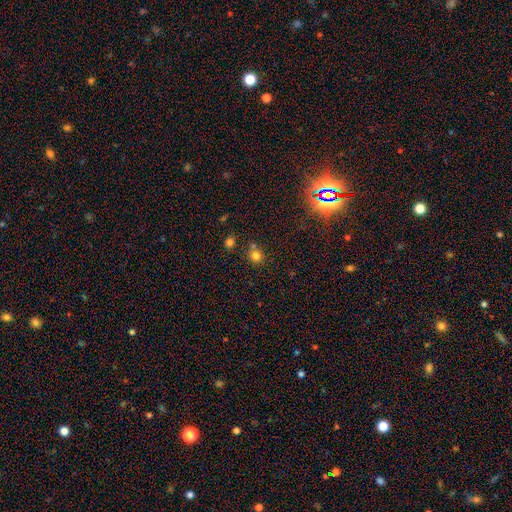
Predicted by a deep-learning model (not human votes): A smooth galaxy with no disk features (76%) that is round (85%).

Vote fractions:
- Smooth or featured? smooth: 76% / star or artifact: 17% / featured or disk: 7%
- How rounded? round: 85% / in between: 14% / cigar-shaped: 1%
- Merging? none: 65% / merger: 22% / minor disturbance: 10% / major disturbance: 4%